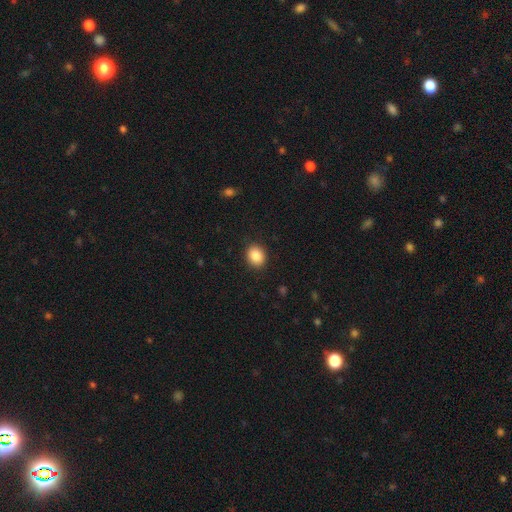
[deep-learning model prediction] smooth-or-featured: smooth: 88% | star or artifact: 8% | featured or disk: 4%
  how-rounded: round: 57% | in between: 42% | cigar-shaped: 1%
  merging: none: 90% | minor disturbance: 7% | major disturbance: 2% | merger: 1%